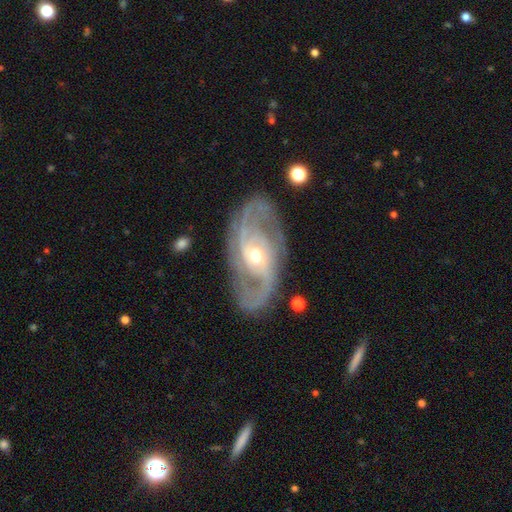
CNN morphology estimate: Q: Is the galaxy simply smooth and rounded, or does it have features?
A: featured or disk — 91%.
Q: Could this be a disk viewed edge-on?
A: no — 95%.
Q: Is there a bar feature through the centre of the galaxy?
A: no — 55%.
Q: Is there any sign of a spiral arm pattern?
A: yes — 96%.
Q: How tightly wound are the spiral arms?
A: medium — 45%.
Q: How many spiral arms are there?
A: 2 — 72%.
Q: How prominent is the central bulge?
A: moderate — 61%.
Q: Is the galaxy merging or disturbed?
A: none — 79%.